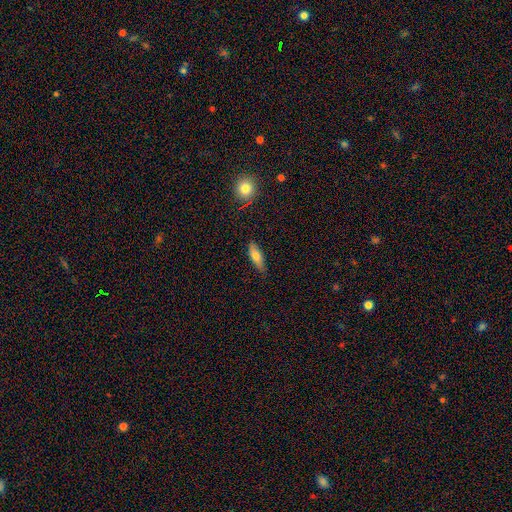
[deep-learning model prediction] Smooth or featured: smooth — 69% (featured or disk — 24%)
How rounded: in between — 54% (cigar-shaped — 43%)
Merging: none — 78% (minor disturbance — 18%)